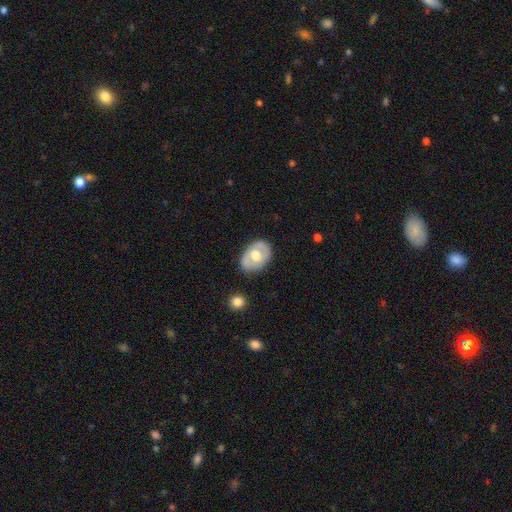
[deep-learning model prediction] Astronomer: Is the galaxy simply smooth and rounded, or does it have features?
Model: featured or disk — 48% (runner-up: smooth, 46%).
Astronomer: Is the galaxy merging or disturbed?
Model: none — 77%.